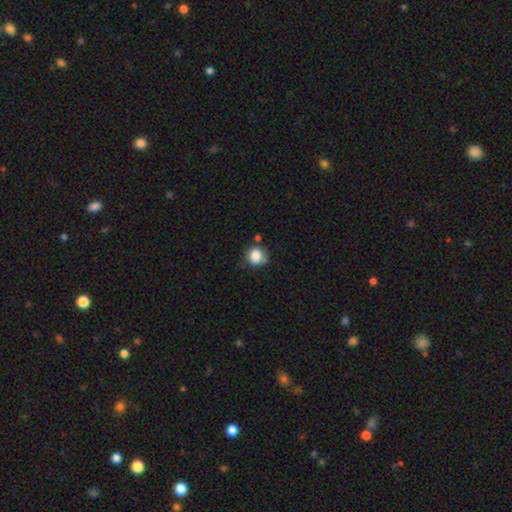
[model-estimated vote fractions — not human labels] Morphology: type=smooth (85%); roundness=round (85%); merging=none (65%).